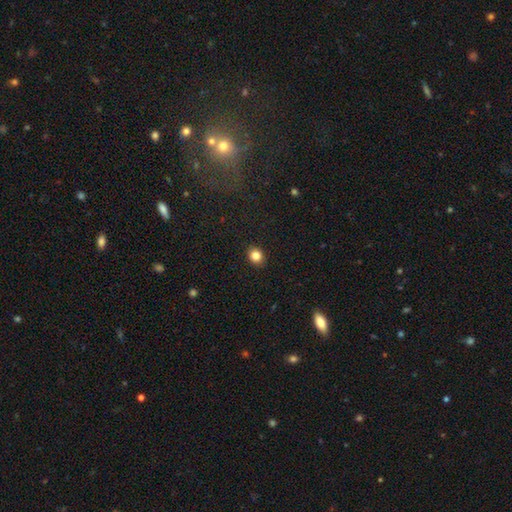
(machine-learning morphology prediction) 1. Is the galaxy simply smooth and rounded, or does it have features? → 83% smooth, 11% star or artifact, 6% featured or disk.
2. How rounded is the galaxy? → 70% round, 29% in between, 1% cigar-shaped.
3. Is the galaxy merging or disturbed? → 91% none, 6% minor disturbance, 2% major disturbance, 1% merger.